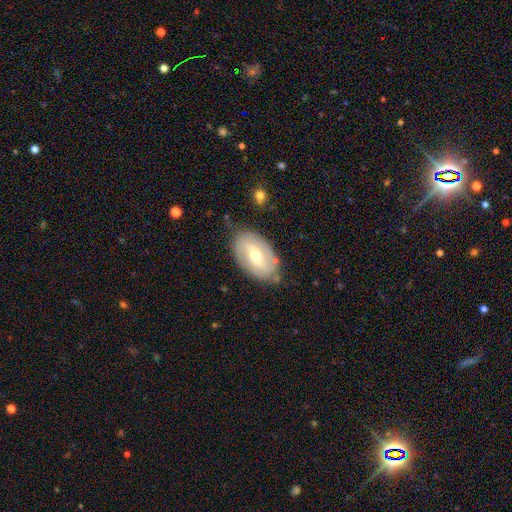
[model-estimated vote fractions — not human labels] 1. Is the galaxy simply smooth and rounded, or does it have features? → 61% featured or disk, 33% smooth, 6% star or artifact.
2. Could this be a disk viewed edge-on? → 92% no, 8% yes.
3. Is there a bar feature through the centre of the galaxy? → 47% weak, 27% no, 25% strong.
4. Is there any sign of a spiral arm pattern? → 60% yes, 40% no.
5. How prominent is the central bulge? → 59% moderate, 37% small, 3% large, 1% none, 1% dominant.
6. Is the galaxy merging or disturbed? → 76% none, 17% minor disturbance, 5% major disturbance, 3% merger.